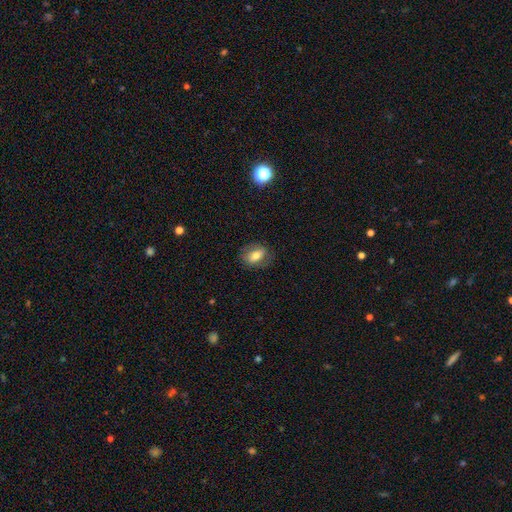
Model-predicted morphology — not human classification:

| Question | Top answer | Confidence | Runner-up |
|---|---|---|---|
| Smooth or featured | smooth | 65% | featured or disk (26%) |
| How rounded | in between | 75% | round (23%) |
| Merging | none | 78% | minor disturbance (15%) |